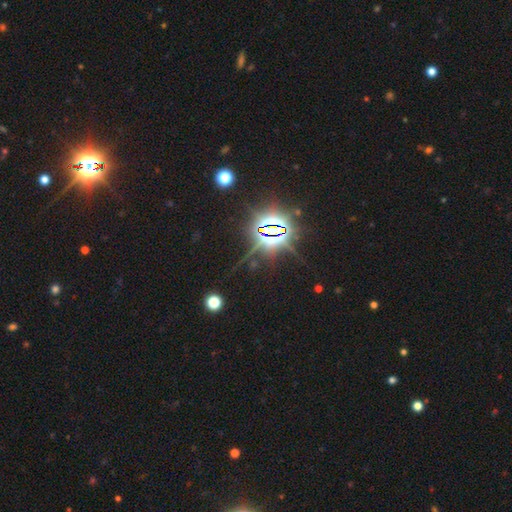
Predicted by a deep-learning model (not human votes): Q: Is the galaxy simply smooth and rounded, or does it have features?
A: star or artifact — 85%.